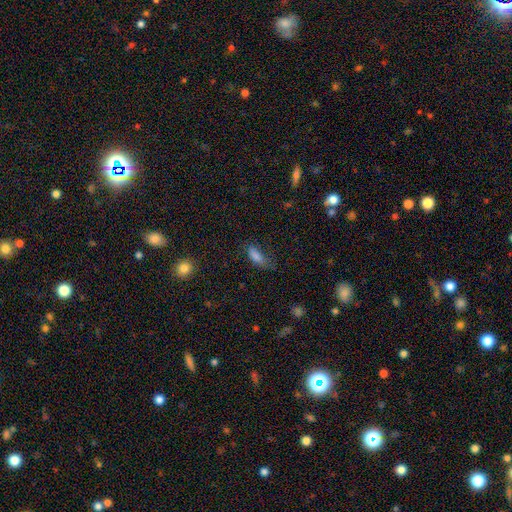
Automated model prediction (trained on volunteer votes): Smooth or featured? smooth (80%)
How rounded? in between (74%)
Merging? none (47%)